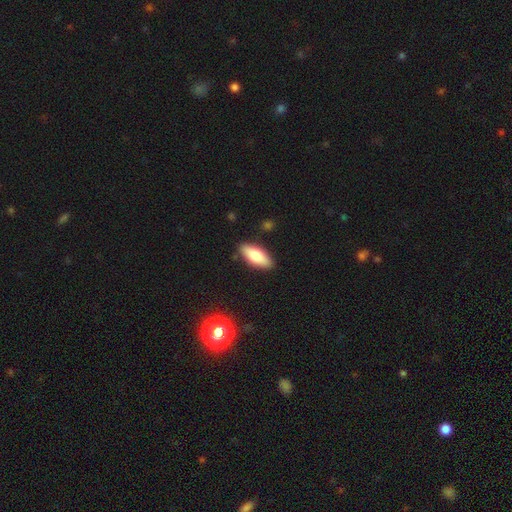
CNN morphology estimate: The model was most divided on "how rounded": in between: 77%, cigar-shaped: 21%, round: 2%. More confident: merging — none (87%); smooth or featured — smooth (76%).